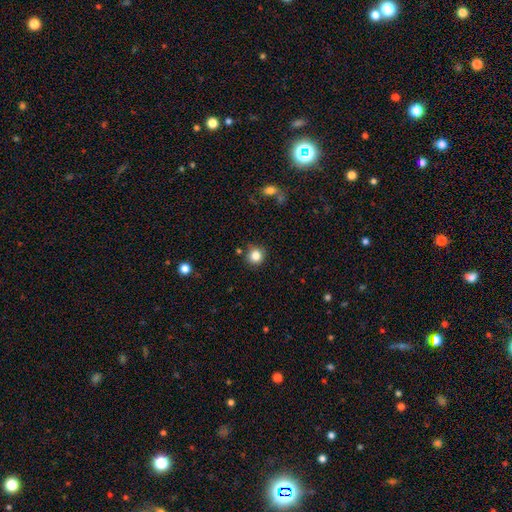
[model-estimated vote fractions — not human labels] Smooth or featured: smooth — 84% (star or artifact — 11%)
How rounded: round — 92% (in between — 7%)
Merging: none — 86% (minor disturbance — 9%)